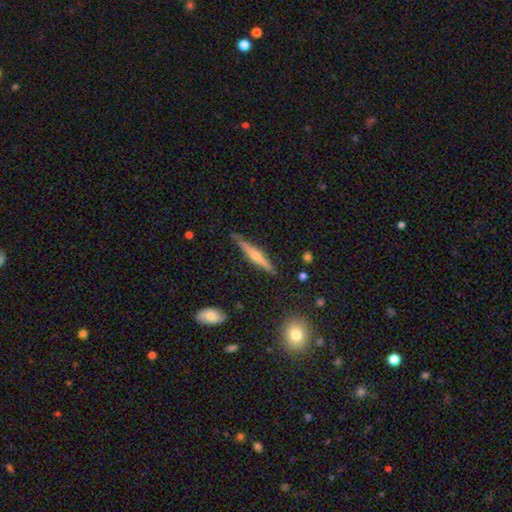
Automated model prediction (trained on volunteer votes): Smooth or featured?
  - featured or disk: 75% *
  - smooth: 18%
  - star or artifact: 7%
Edge-on disk?
  - yes: 97% *
  - no: 3%
Edge-on bulge?
  - rounded: 90% *
  - none: 6%
  - boxy: 4%
Merging?
  - none: 87% *
  - minor disturbance: 9%
  - major disturbance: 2%
  - merger: 2%